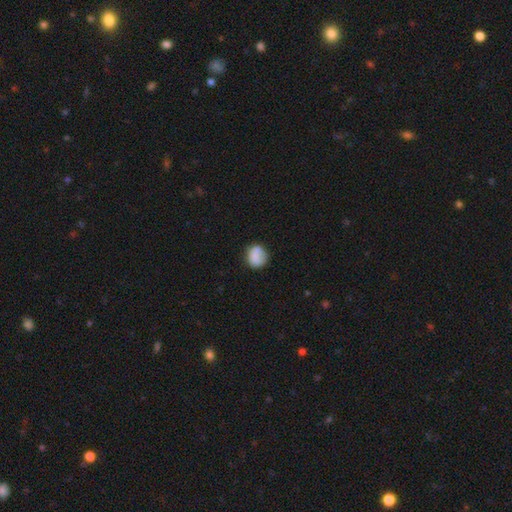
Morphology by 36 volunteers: Volunteers were most divided on "merging": none: 67%, minor disturbance: 19%, major disturbance: 11%, merger: 3%. More confident: smooth or featured — smooth (92%); how rounded — round (76%).